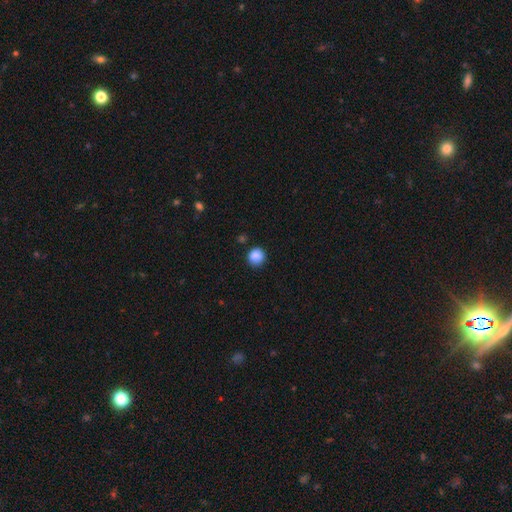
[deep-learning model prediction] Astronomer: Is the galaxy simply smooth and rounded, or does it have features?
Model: smooth — 87%.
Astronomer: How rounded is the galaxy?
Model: round — 89%.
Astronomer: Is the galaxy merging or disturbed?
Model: none — 85%.